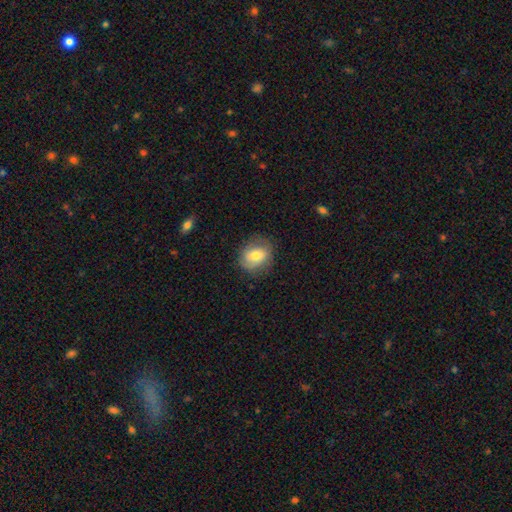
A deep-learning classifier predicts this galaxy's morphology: This is likely a smooth galaxy (67%). How rounded: possibly round (51%). Merging: likely none (73%).